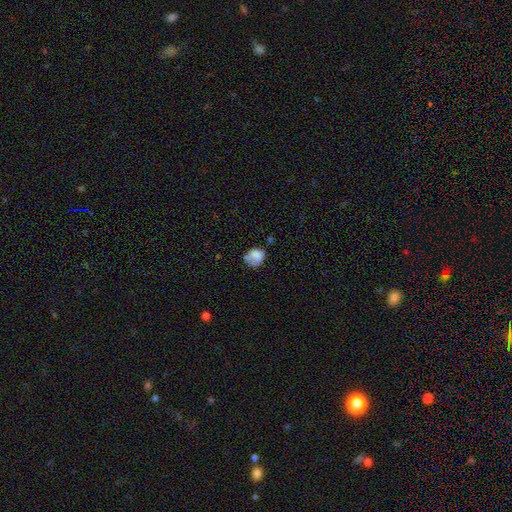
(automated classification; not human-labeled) This is likely a smooth galaxy (76%). How rounded: possibly round (56%). Merging: possibly none (45%).